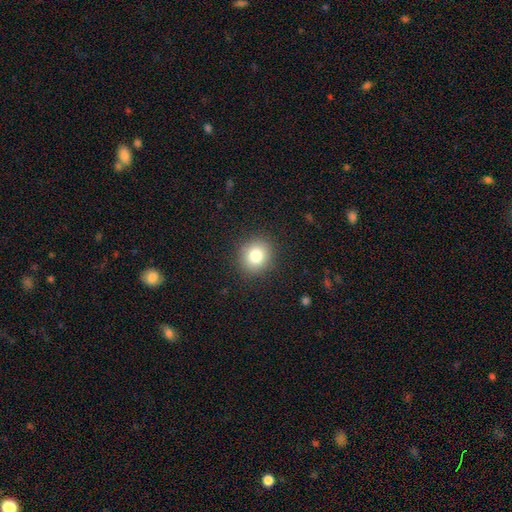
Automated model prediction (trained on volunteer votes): Smooth or featured?
  - smooth: 81% *
  - star or artifact: 11%
  - featured or disk: 8%
How rounded?
  - round: 80% *
  - in between: 19%
  - cigar-shaped: 1%
Merging?
  - none: 89% *
  - minor disturbance: 7%
  - major disturbance: 3%
  - merger: 1%